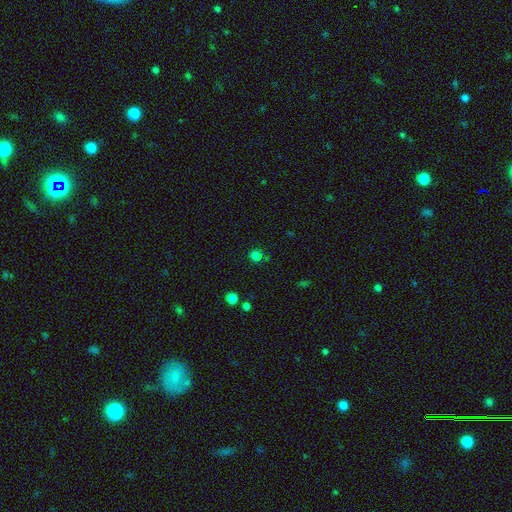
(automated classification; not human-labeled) Smooth or featured?
  - smooth: 75% *
  - star or artifact: 20%
  - featured or disk: 6%
How rounded?
  - round: 91% *
  - in between: 8%
  - cigar-shaped: 1%
Merging?
  - none: 76% *
  - merger: 11%
  - minor disturbance: 10%
  - major disturbance: 3%